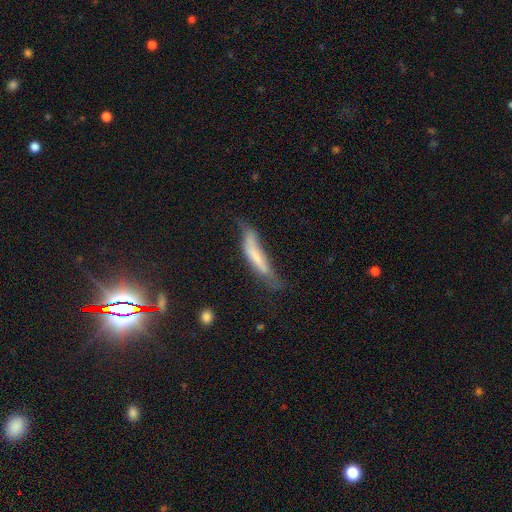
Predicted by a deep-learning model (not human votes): smooth 57%, featured or disk 35%, star or artifact 8%. Down the decision tree: how rounded — cigar-shaped (81%); merging — minor disturbance (34%).